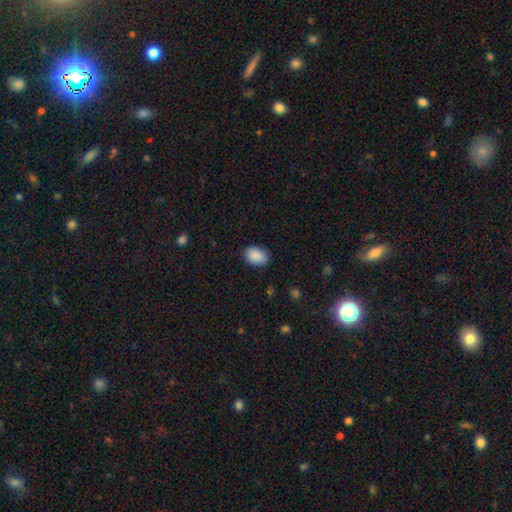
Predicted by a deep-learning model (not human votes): Q: Smooth or featured?
A: smooth (90%); runner-up: star or artifact (7%)
Q: How rounded?
A: in between (79%); runner-up: round (20%)
Q: Merging?
A: none (83%); runner-up: minor disturbance (13%)